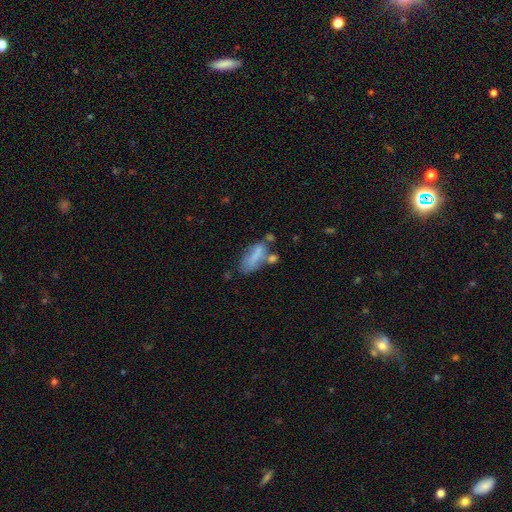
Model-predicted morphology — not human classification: Q: Smooth or featured?
A: smooth (67%); runner-up: featured or disk (23%)
Q: How rounded?
A: in between (70%); runner-up: cigar-shaped (27%)
Q: Merging?
A: none (33%); runner-up: merger (26%)